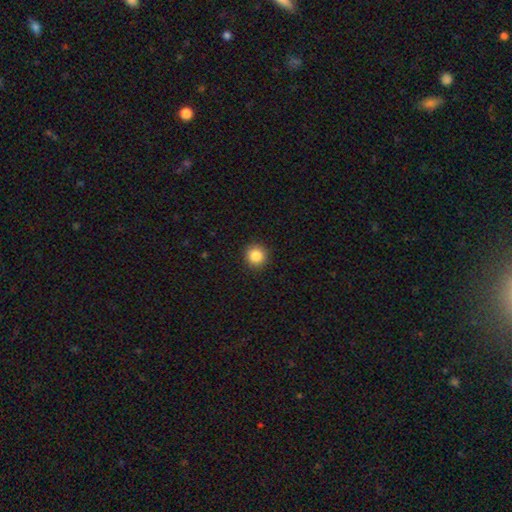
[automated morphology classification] This is clearly a smooth galaxy (85%). How rounded: clearly round (94%). Merging: clearly none (92%).